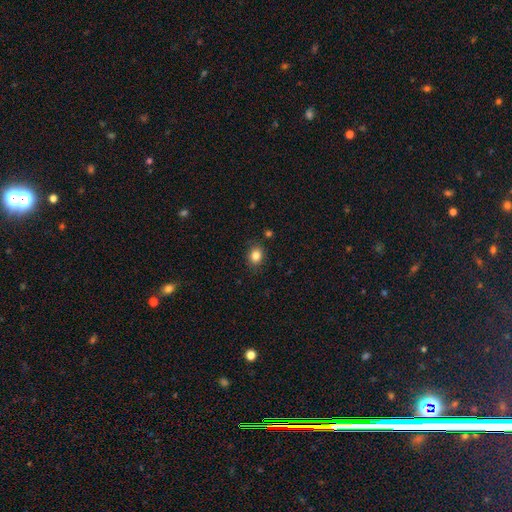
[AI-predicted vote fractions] A smooth galaxy with no disk features (84%) that is round (55%). Merging: none (86%).